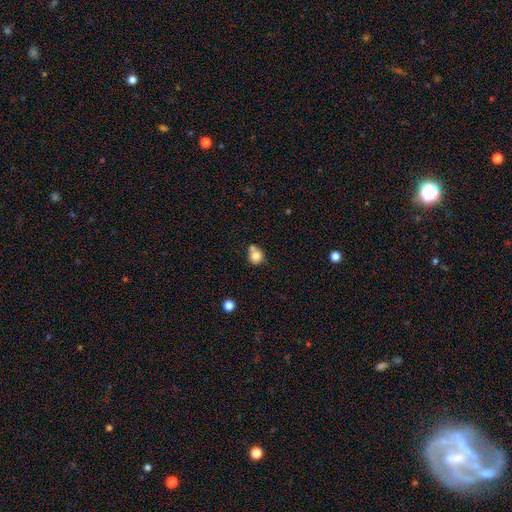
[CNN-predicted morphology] smooth-or-featured: smooth: 79% | featured or disk: 11% | star or artifact: 10%
  how-rounded: round: 79% | in between: 20% | cigar-shaped: 1%
  merging: none: 50% | merger: 31% | minor disturbance: 15% | major disturbance: 4%